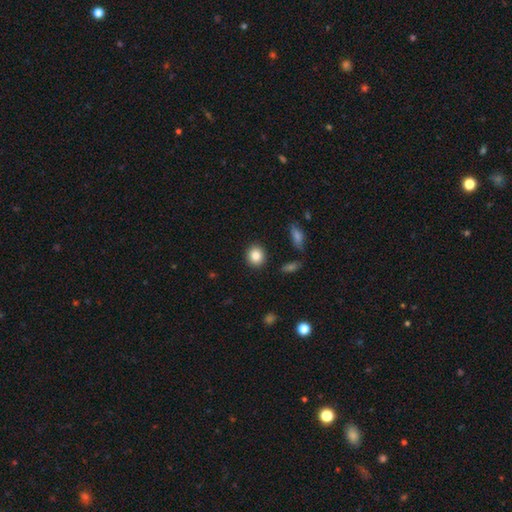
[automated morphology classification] A smooth galaxy with no disk features (85%) that is round (79%).

Vote fractions:
- Smooth or featured? smooth: 85% / star or artifact: 9% / featured or disk: 6%
- How rounded? round: 79% / in between: 20% / cigar-shaped: 1%
- Merging? none: 90% / minor disturbance: 6% / major disturbance: 2% / merger: 2%